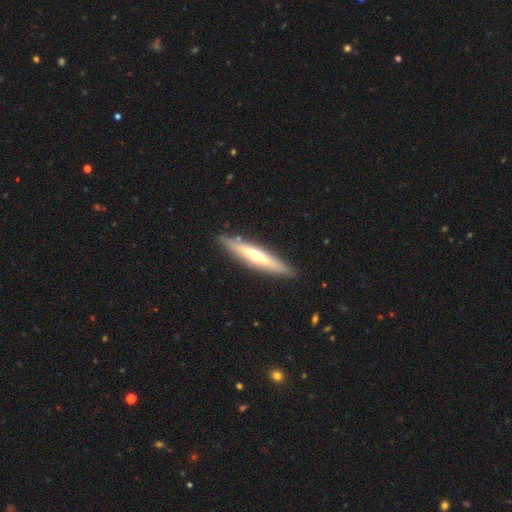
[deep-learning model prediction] This is possibly a featured or disk galaxy (59%). It is clearly viewed edge-on (89%). Edge-on bulge: likely rounded (77%). Merging: clearly none (87%).